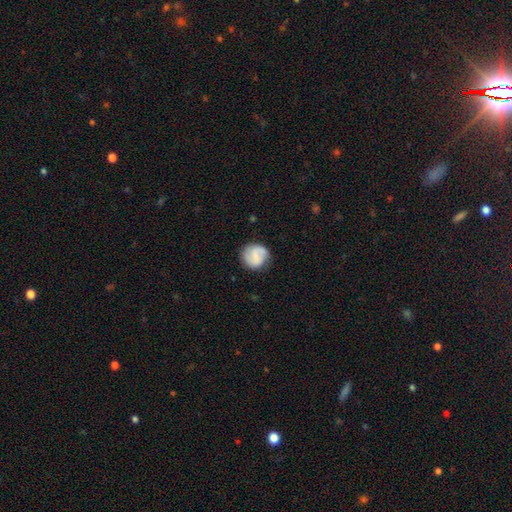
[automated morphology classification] A smooth galaxy with no disk features (47%). Merging: none (78%).